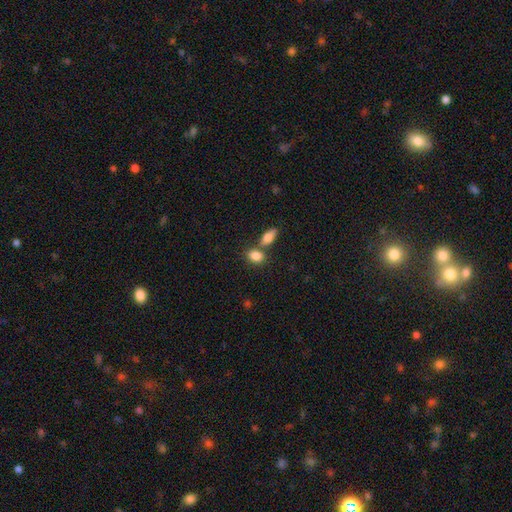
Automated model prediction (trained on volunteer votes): A smooth galaxy with no disk features (85%) that is in between round and cigar-shaped (77%). Merging: none (50%).